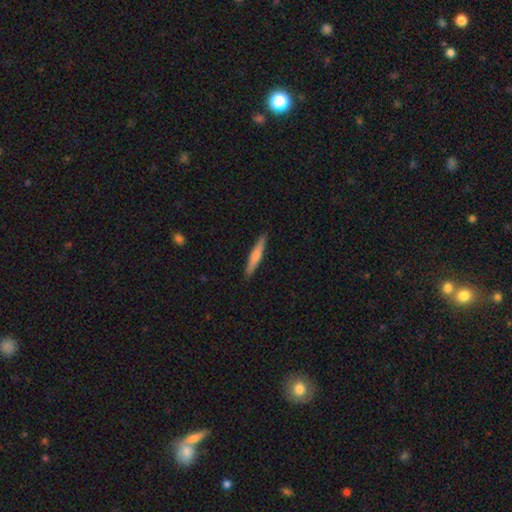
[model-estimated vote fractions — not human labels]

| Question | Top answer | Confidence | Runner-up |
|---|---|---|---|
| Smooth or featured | smooth | 57% | featured or disk (37%) |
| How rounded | cigar-shaped | 94% | in between (5%) |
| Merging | none | 91% | minor disturbance (7%) |